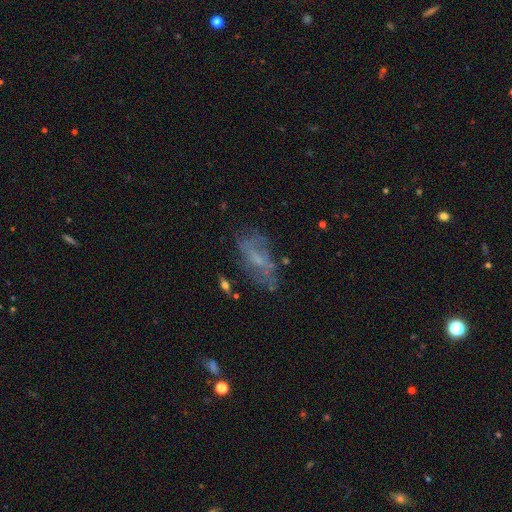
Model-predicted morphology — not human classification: featured or disk 55%, smooth 31%, star or artifact 14%. Down the decision tree: edge-on disk — no (89%); merging — none (63%).